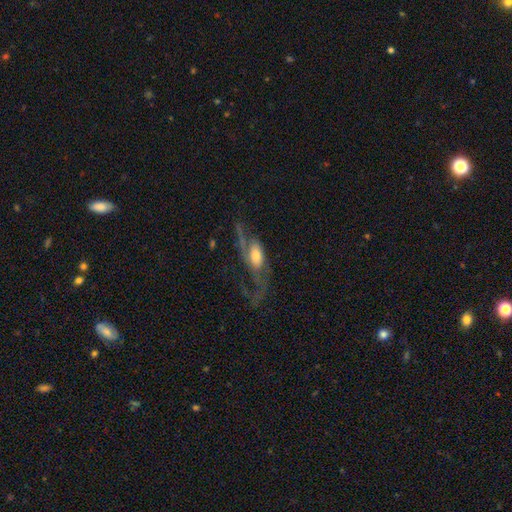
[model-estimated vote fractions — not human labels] smooth_or_featured: featured or disk (p=0.65) [alt: smooth p=0.28]
disk_edge_on: no (p=0.82) [alt: yes p=0.18]
bar: no (p=0.59) [alt: weak p=0.31]
has_spiral_arms: yes (p=0.77) [alt: no p=0.23]
bulge_size: moderate (p=0.46) [alt: large p=0.29]
merging: major disturbance (p=0.46) [alt: none p=0.32]